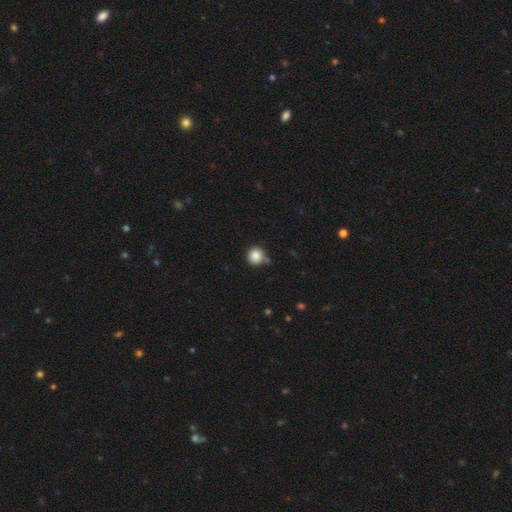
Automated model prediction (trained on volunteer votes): A smooth galaxy with no disk features (85%) that is round (94%).

Vote fractions:
- Smooth or featured? smooth: 85% / star or artifact: 10% / featured or disk: 5%
- How rounded? round: 94% / in between: 5% / cigar-shaped: 1%
- Merging? none: 74% / minor disturbance: 15% / merger: 7% / major disturbance: 4%